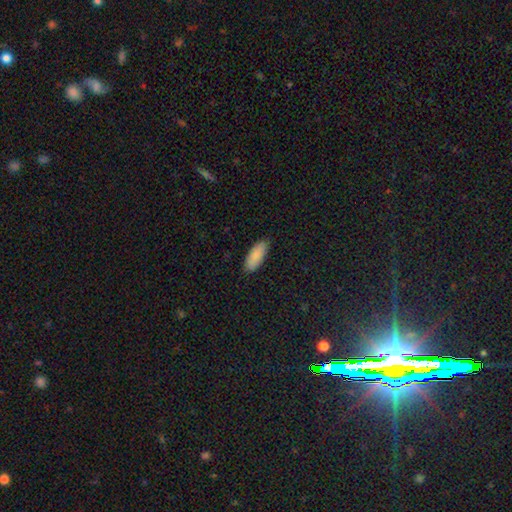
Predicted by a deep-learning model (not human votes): smooth-or-featured: smooth: 87% | featured or disk: 7% | star or artifact: 6%
  how-rounded: in between: 82% | cigar-shaped: 17% | round: 2%
  merging: none: 86% | minor disturbance: 11% | major disturbance: 2% | merger: 1%